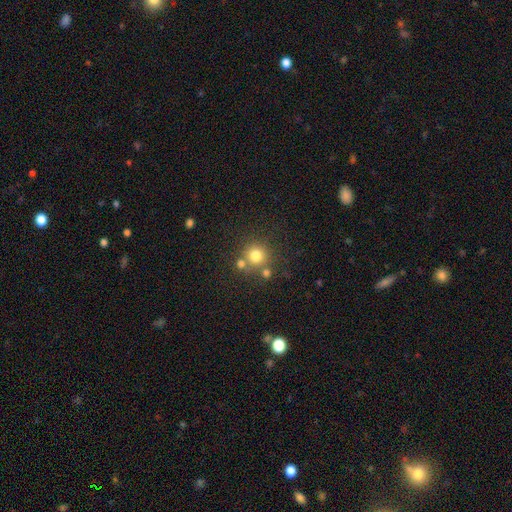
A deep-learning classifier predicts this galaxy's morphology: smooth 76%, star or artifact 15%, featured or disk 9%. Down the decision tree: how rounded — round (93%); merging — none (70%).